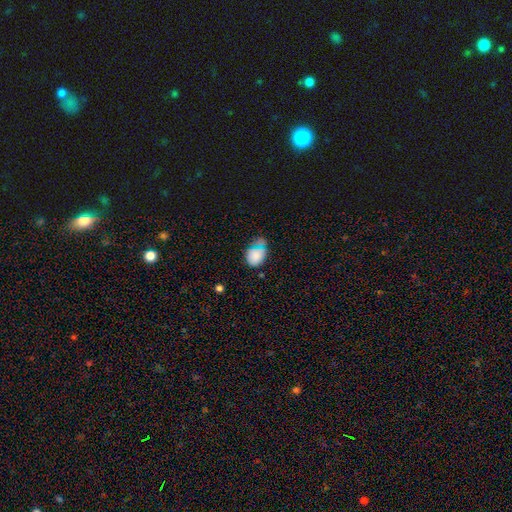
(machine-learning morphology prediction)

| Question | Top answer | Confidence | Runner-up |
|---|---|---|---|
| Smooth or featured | smooth | 78% | star or artifact (13%) |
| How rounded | in between | 53% | round (46%) |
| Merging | none | 55% | minor disturbance (21%) |